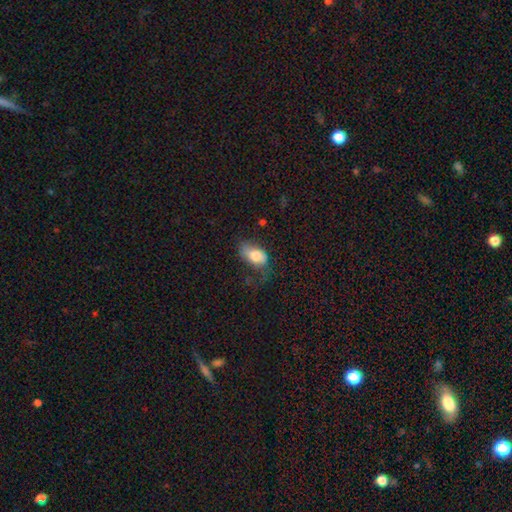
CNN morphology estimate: A smooth galaxy with no disk features (75%) that is in between round and cigar-shaped (89%). Merging: none (43%).